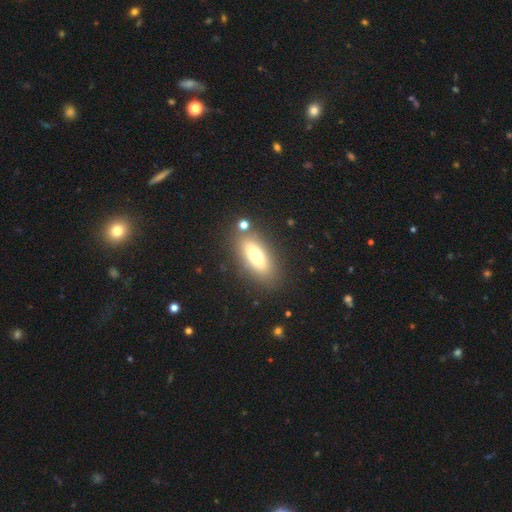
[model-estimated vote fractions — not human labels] This appears to be a smooth galaxy with no disk features (69%) that is in between round and cigar-shaped (68%). Merging: none (80%).